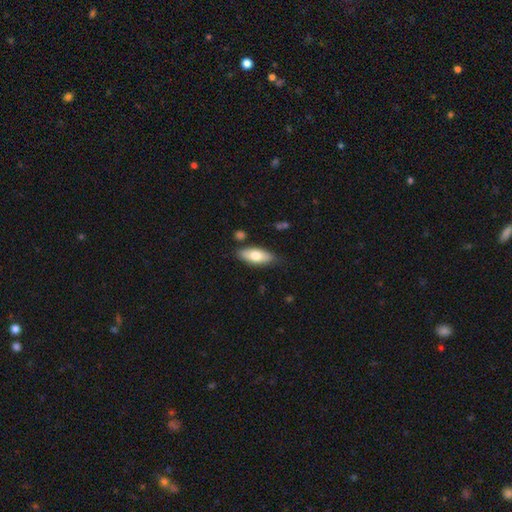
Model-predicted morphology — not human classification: The model was most divided on "smooth or featured": smooth: 72%, featured or disk: 22%, star or artifact: 6%. More confident: merging — none (79%); how rounded — in between (77%).